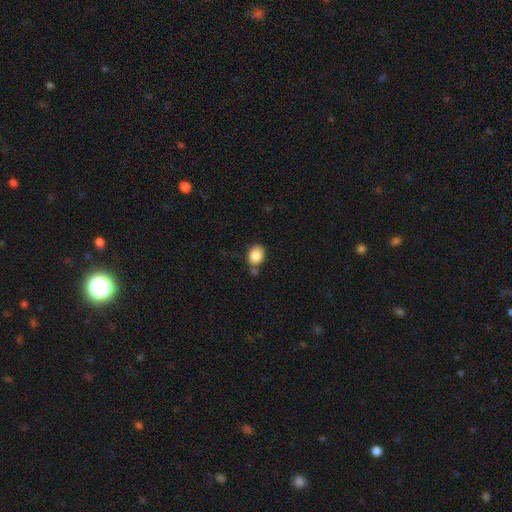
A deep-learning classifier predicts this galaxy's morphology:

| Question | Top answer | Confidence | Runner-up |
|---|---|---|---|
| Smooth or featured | smooth | 85% | star or artifact (8%) |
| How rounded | in between | 54% | round (45%) |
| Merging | none | 59% | minor disturbance (20%) |